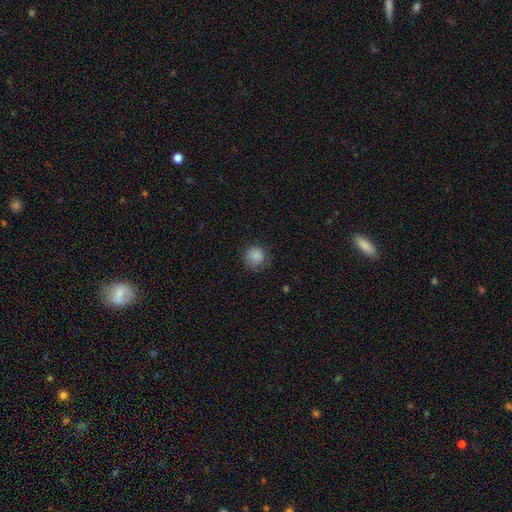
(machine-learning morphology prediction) type=smooth (86%); roundness=round (90%); merging=none (75%).